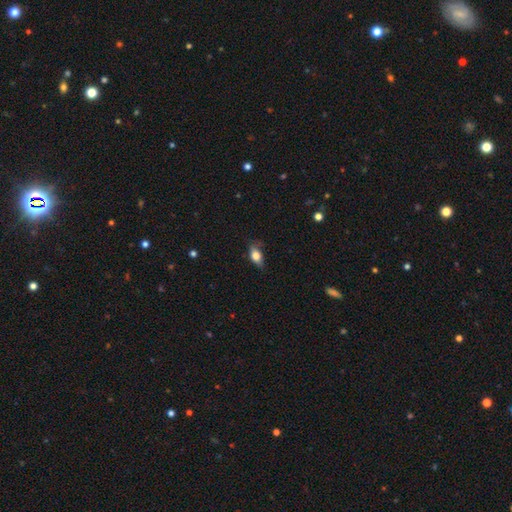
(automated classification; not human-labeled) Smooth or featured?
  - smooth: 75% *
  - featured or disk: 17%
  - star or artifact: 8%
How rounded?
  - in between: 82% *
  - round: 10%
  - cigar-shaped: 8%
Merging?
  - none: 62% *
  - minor disturbance: 29%
  - major disturbance: 8%
  - merger: 1%